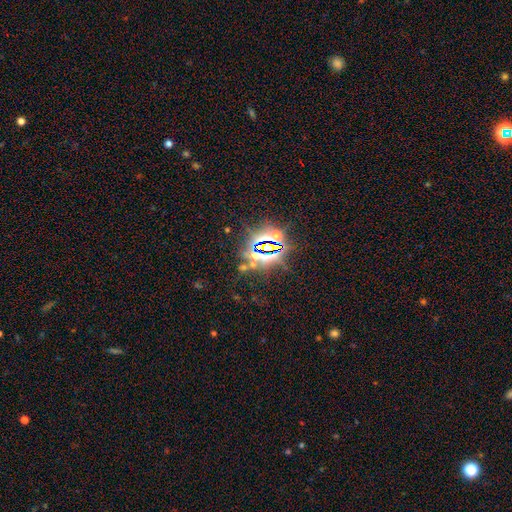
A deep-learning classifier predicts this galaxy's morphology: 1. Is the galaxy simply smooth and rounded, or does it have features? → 78% star or artifact, 13% smooth, 10% featured or disk.